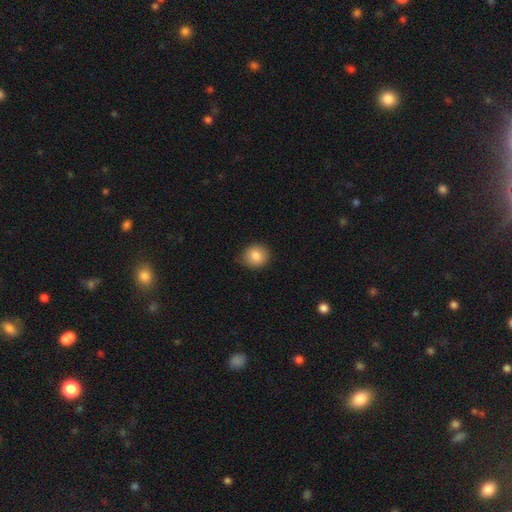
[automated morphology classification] Overall: smooth (85%). How rounded: round (80%). Merging: none (85%).